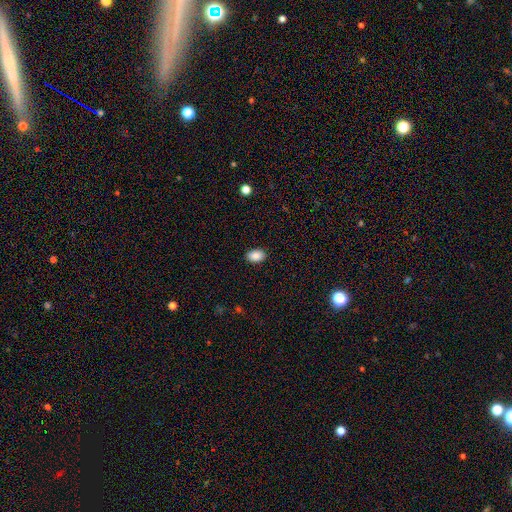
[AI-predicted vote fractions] The model was most divided on "how rounded": in between: 87%, round: 12%, cigar-shaped: 1%. More confident: merging — none (89%); smooth or featured — smooth (89%).